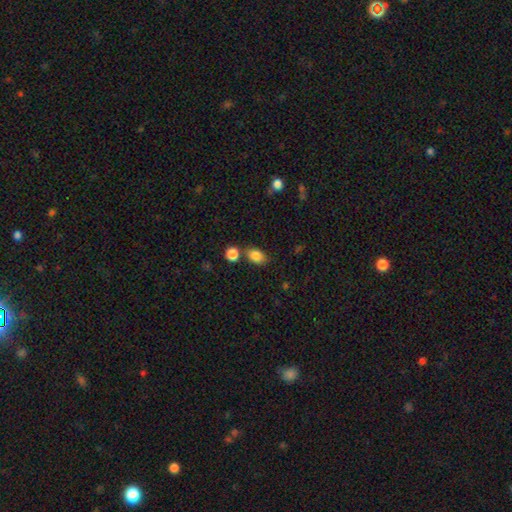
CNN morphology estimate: The model was most divided on "how rounded": in between: 74%, round: 24%, cigar-shaped: 1%. More confident: smooth or featured — smooth (85%); merging — none (71%).